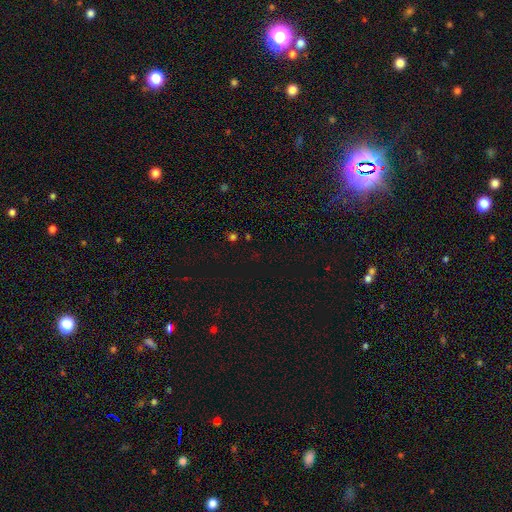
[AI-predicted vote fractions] A star or artifact, not a galaxy (65%).